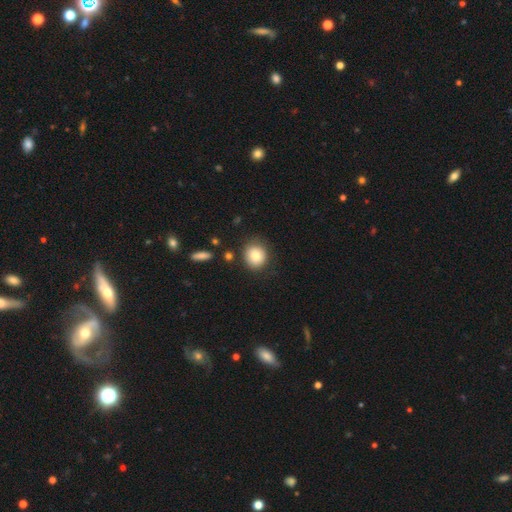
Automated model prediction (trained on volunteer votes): smooth 83%, star or artifact 9%, featured or disk 8%. Down the decision tree: how rounded — round (80%); merging — none (81%).